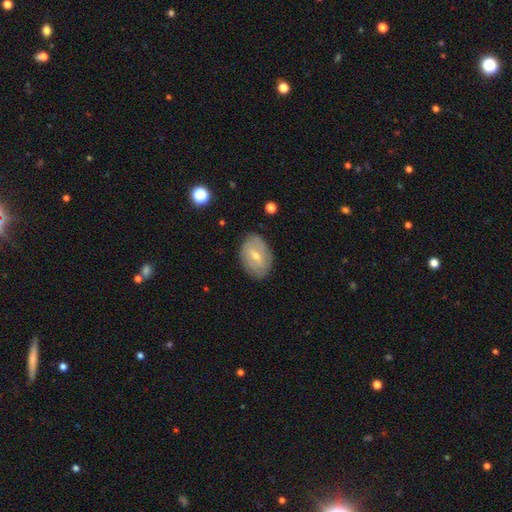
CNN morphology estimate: This is possibly a featured or disk galaxy (56%). It is clearly not viewed edge-on (92%). Bar: possibly weak (50%). Spiral arm pattern: possibly no (52%). Central bulge: possibly small (52%). Merging: clearly none (80%).